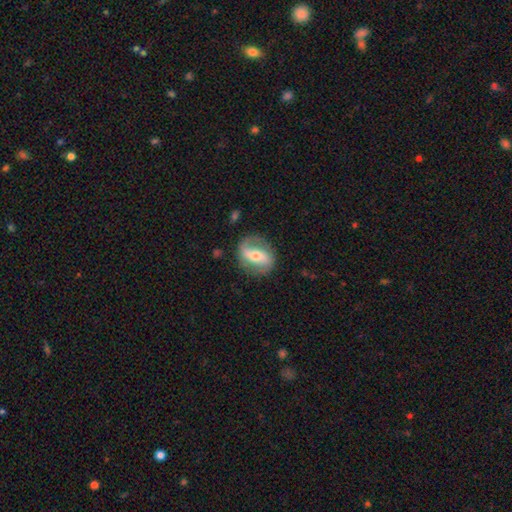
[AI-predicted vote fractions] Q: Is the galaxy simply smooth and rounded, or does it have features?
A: featured or disk — 73%.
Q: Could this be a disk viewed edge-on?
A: no — 94%.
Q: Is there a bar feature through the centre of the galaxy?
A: strong — 46%.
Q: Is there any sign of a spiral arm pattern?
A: yes — 83%.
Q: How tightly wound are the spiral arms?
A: loose — 47%.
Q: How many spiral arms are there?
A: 2 — 80%.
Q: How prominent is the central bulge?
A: moderate — 58%.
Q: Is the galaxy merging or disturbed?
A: none — 77%.